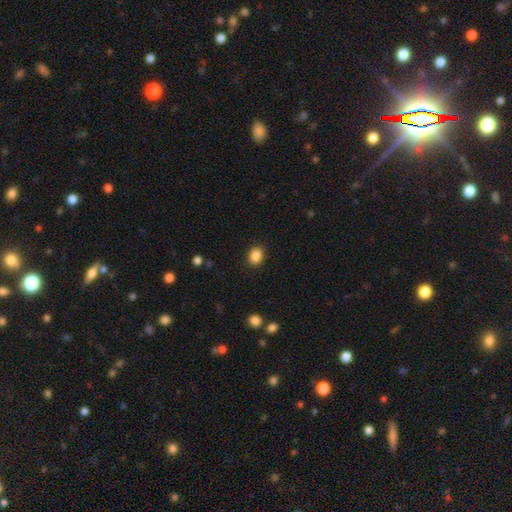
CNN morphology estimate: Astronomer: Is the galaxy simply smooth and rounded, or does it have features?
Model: smooth — 87%.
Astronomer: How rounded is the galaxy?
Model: round — 50% (runner-up: in between, 49%).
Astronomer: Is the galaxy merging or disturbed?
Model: none — 89%.